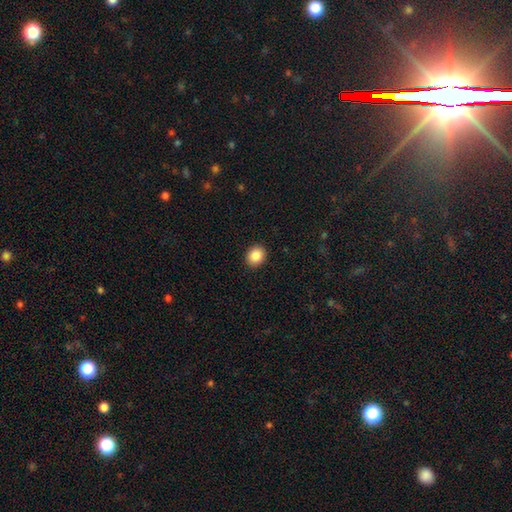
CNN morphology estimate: The model was most divided on "how rounded": round: 59%, in between: 40%, cigar-shaped: 1%. More confident: merging — none (91%); smooth or featured — smooth (87%).